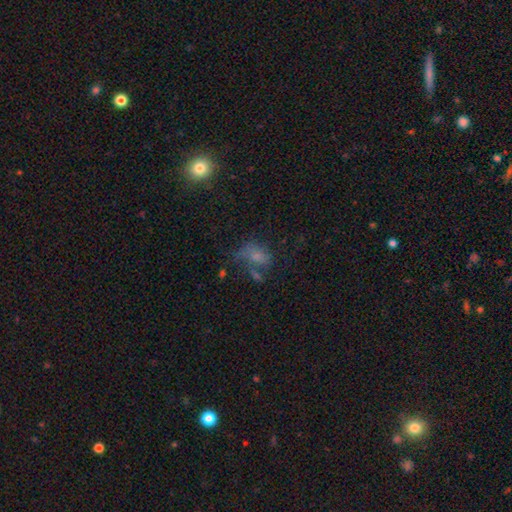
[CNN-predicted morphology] Smooth or featured? smooth (56%)
How rounded? in between (75%)
Merging? none (34%)